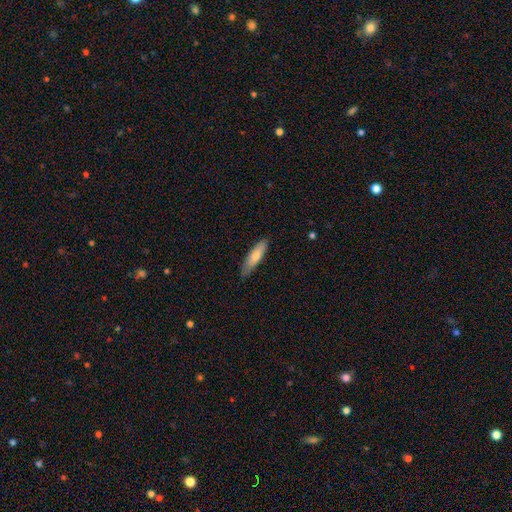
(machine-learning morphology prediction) A smooth galaxy with no disk features (73%) that is cigar-shaped (64%). Merging: none (78%).